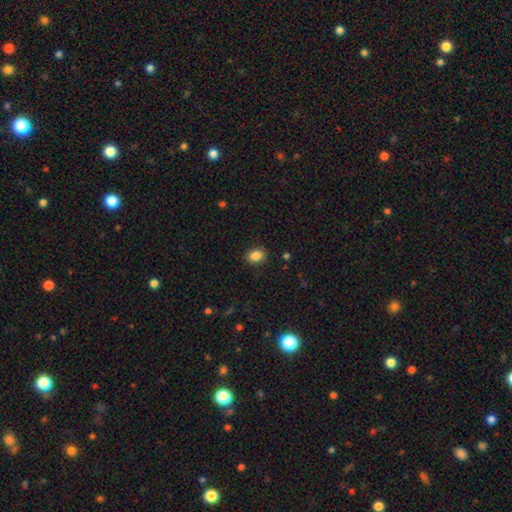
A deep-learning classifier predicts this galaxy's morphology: This is clearly a smooth galaxy (87%). How rounded: likely in between (68%). Merging: clearly none (87%).